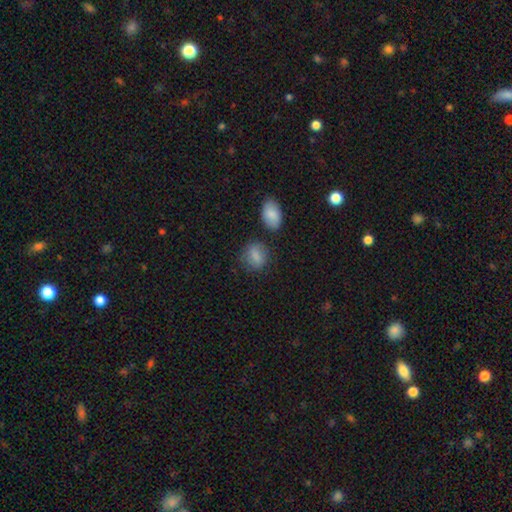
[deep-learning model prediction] Smooth or featured? smooth (84%)
How rounded? round (53%)
Merging? none (70%)